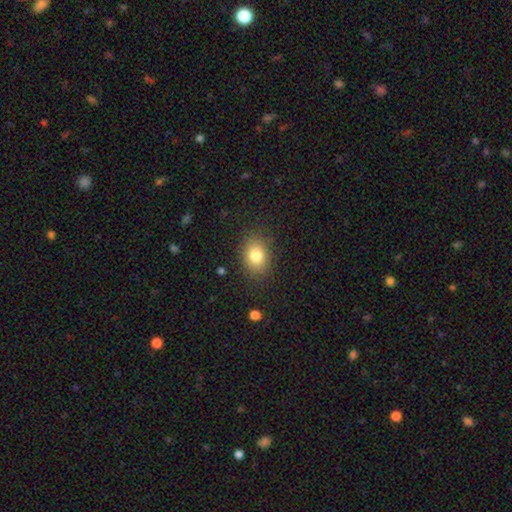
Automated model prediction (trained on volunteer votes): smooth 81%, star or artifact 10%, featured or disk 9%. Down the decision tree: how rounded — in between (63%); merging — none (84%).